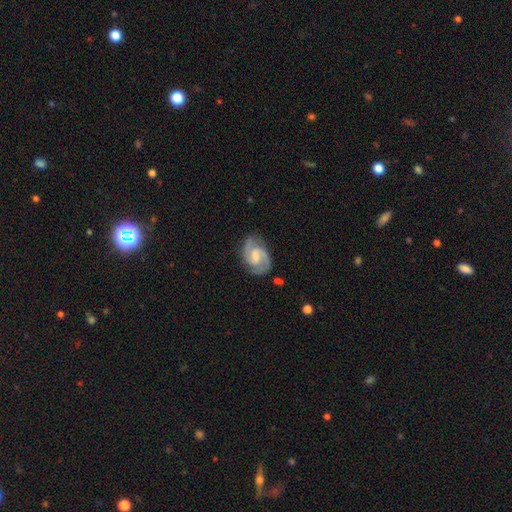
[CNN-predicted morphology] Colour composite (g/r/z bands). It shows a featured or disk galaxy (88%) with a weak bar (57%), 2 (90%) medium (56%) spiral arms (97%) and a small central bulge (36%). Merging: none (76%).